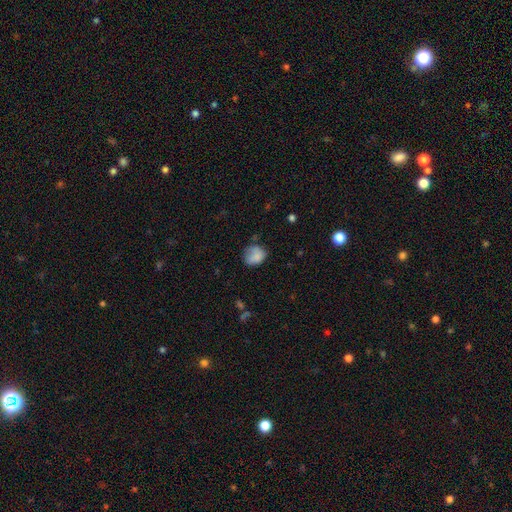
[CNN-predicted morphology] The model was most divided on "merging": none: 53%, minor disturbance: 30%, major disturbance: 12%, merger: 5%. More confident: smooth or featured — smooth (79%); how rounded — round (63%).